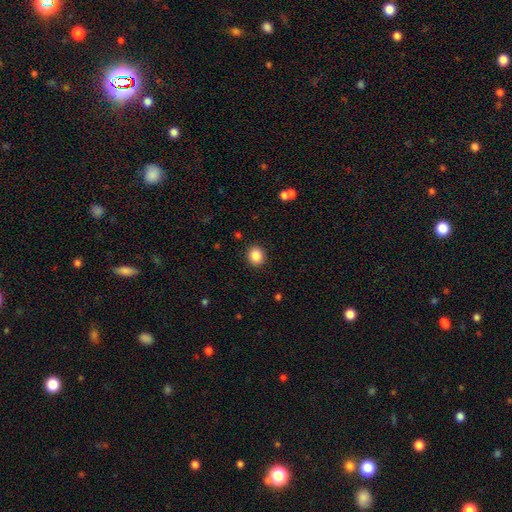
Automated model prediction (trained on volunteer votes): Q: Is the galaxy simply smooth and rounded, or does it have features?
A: smooth — 87%.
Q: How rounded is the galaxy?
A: round — 78%.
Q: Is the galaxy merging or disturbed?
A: none — 91%.